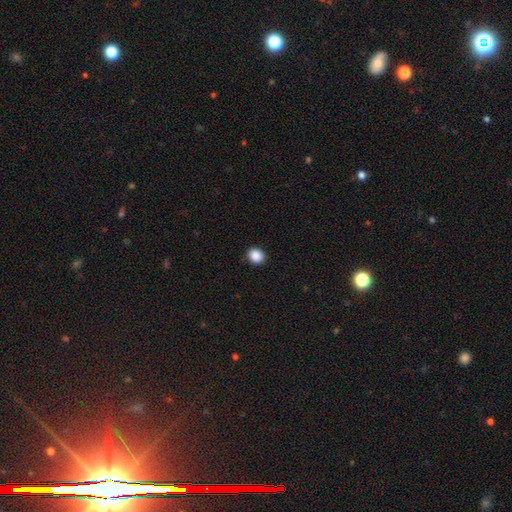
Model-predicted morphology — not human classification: Q: Smooth or featured?
A: smooth (89%); runner-up: star or artifact (9%)
Q: How rounded?
A: round (76%); runner-up: in between (23%)
Q: Merging?
A: none (90%); runner-up: minor disturbance (7%)